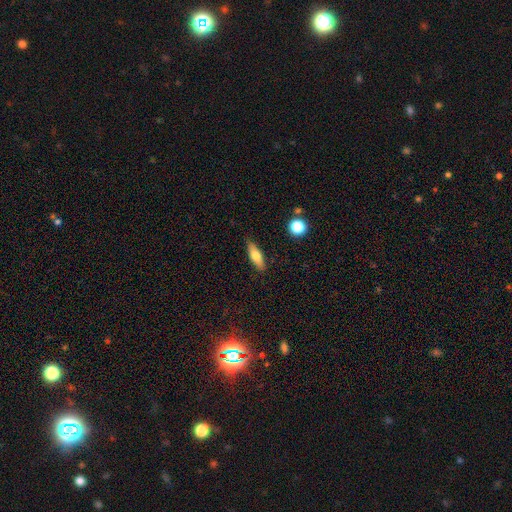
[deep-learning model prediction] A smooth galaxy with no disk features (66%) that is in between round and cigar-shaped (51%). Merging: none (84%).